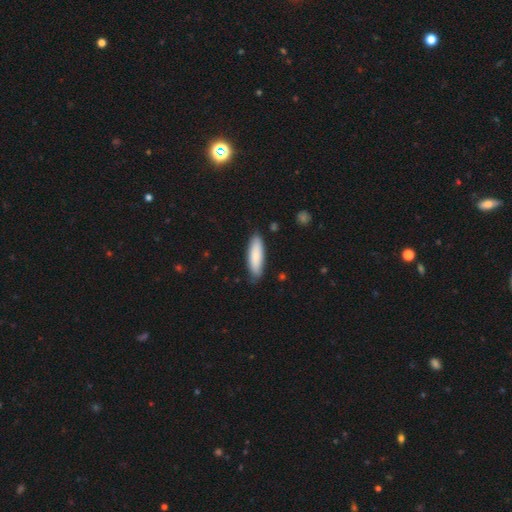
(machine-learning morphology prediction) Smooth or featured? smooth (85%)
How rounded? cigar-shaped (50%)
Merging? none (84%)